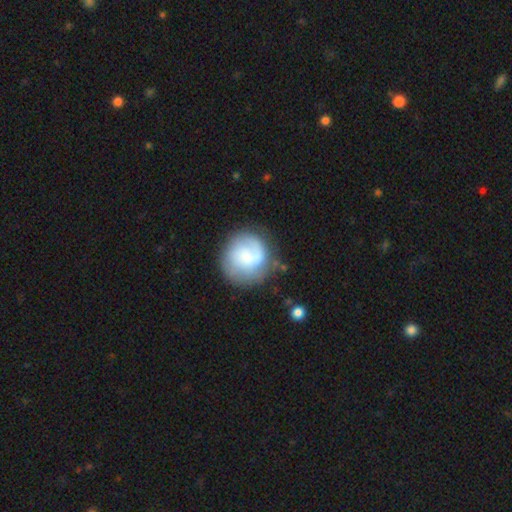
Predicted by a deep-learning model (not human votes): Smooth or featured? smooth (51%)
How rounded? round (90%)
Merging? none (64%)